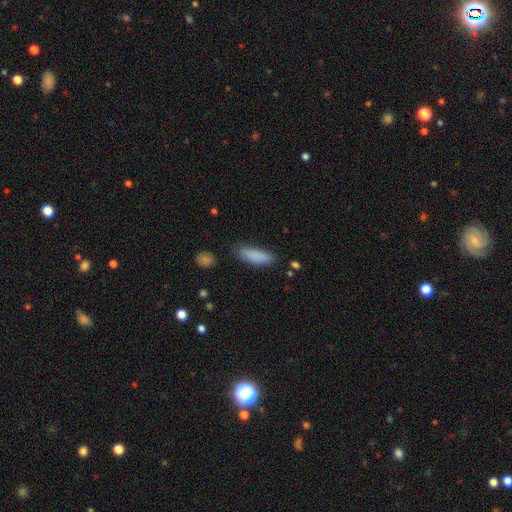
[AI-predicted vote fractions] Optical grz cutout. It shows a smooth galaxy with no disk features (87%) that is in between round and cigar-shaped (55%). Merging: none (80%).